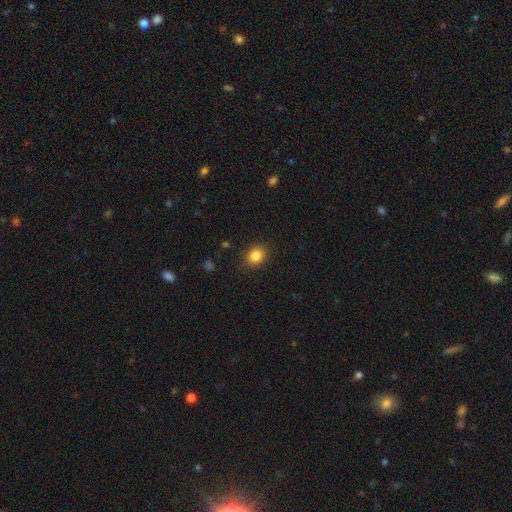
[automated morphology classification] Overall: smooth (85%). How rounded: round (51%; in between 48%). Merging: none (87%).